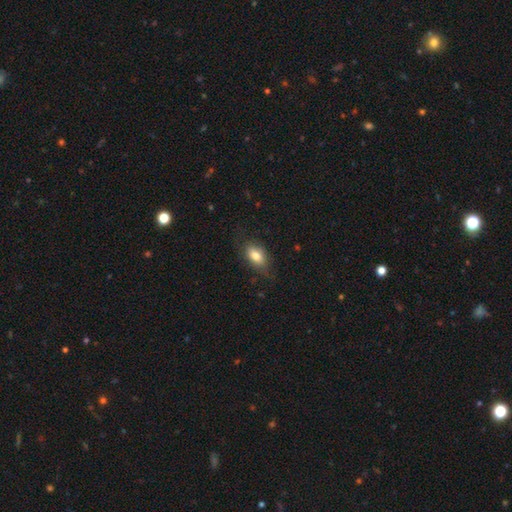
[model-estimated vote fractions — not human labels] This is likely a smooth galaxy (80%). How rounded: clearly in between (87%). Merging: likely none (73%).